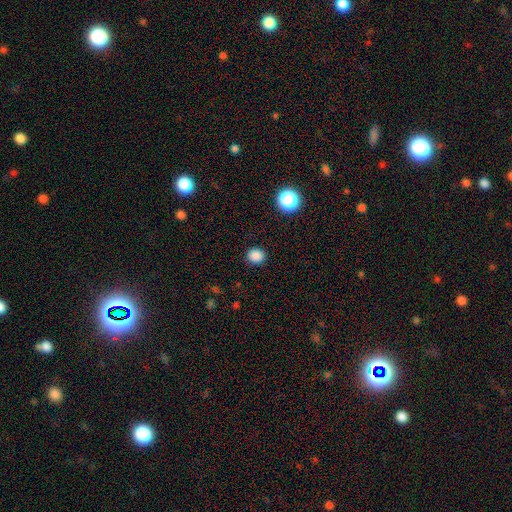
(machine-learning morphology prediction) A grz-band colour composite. It shows a smooth galaxy with no disk features (85%) that is round (73%). Merging: none (90%).